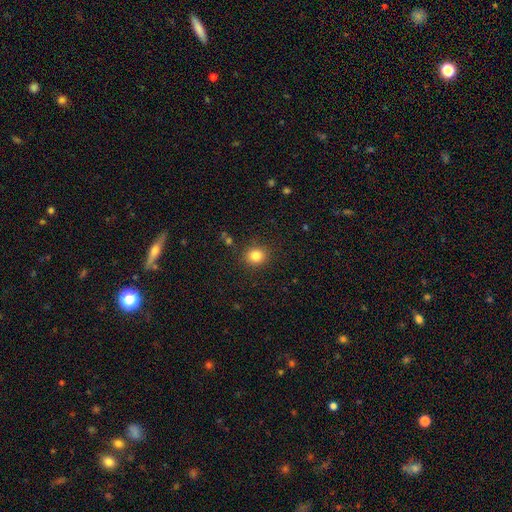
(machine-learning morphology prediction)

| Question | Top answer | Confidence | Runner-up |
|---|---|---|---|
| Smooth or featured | smooth | 83% | star or artifact (12%) |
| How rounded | round | 80% | in between (19%) |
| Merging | none | 89% | minor disturbance (7%) |